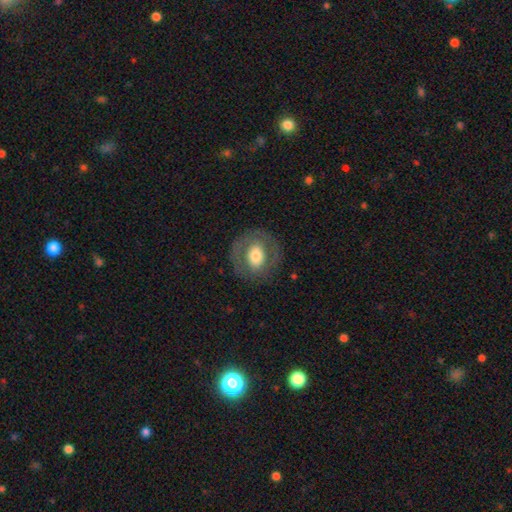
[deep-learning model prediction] smooth_or_featured: smooth (p=0.51) [alt: featured or disk p=0.42]
how_rounded: round (p=0.64) [alt: in between p=0.35]
merging: none (p=0.78) [alt: minor disturbance p=0.12]